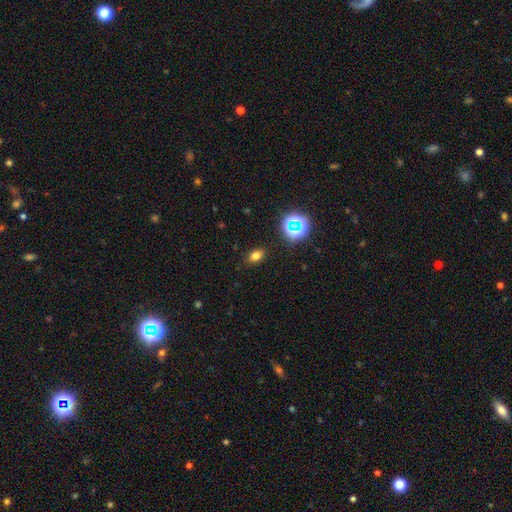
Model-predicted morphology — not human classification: This is likely a smooth galaxy (74%). How rounded: likely in between (73%). Merging: clearly none (86%).